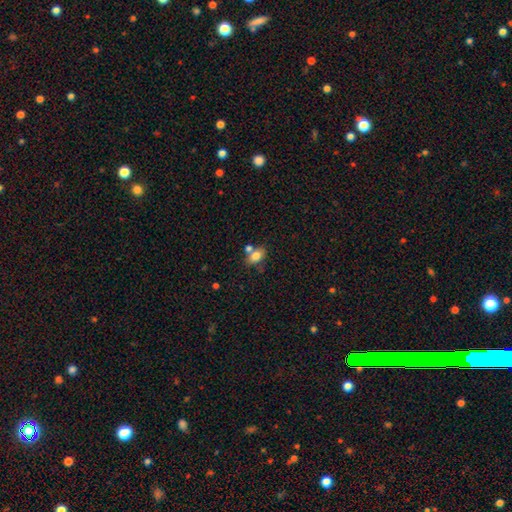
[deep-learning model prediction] A smooth galaxy with no disk features (78%) that is in between round and cigar-shaped (81%). Merging: none (55%).